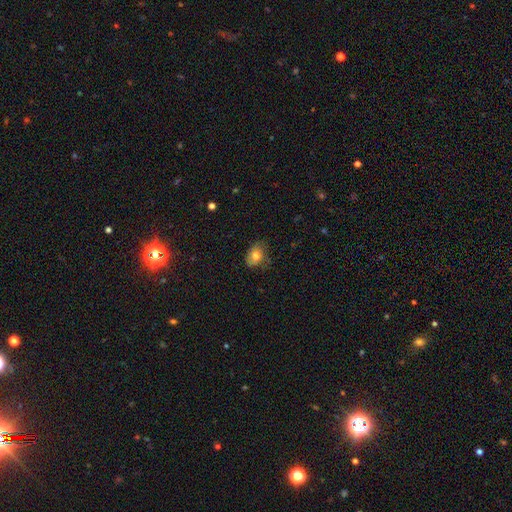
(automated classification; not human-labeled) This appears to be a smooth galaxy with no disk features (72%) that is in between round and cigar-shaped (71%). Merging: none (60%).